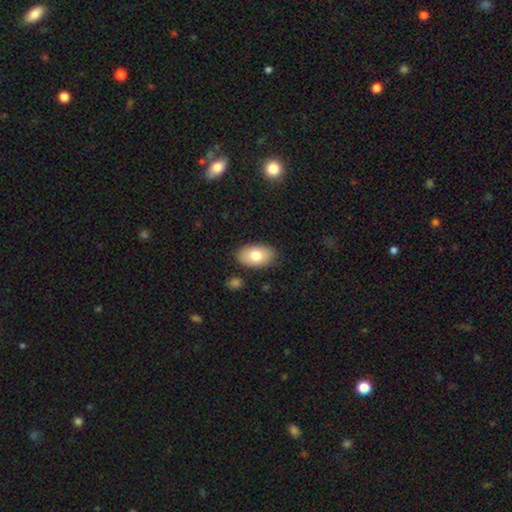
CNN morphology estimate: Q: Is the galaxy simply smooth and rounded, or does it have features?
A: smooth — 76%.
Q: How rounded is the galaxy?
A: in between — 91%.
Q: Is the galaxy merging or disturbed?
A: none — 84%.